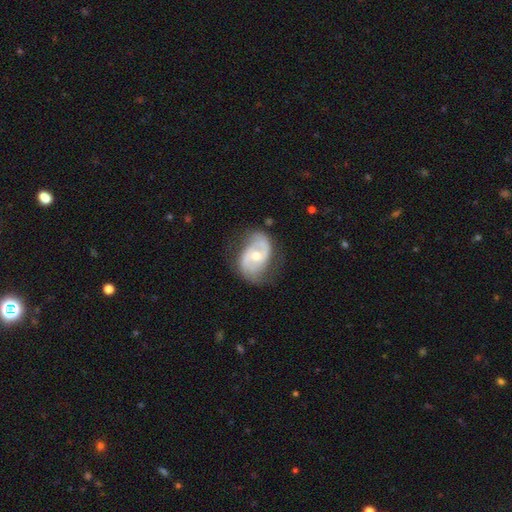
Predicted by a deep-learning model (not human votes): smooth_or_featured: featured or disk (p=0.77) [alt: smooth p=0.17]
disk_edge_on: no (p=0.97) [alt: yes p=0.03]
bar: no (p=0.48) [alt: weak p=0.41]
has_spiral_arms: yes (p=0.87) [alt: no p=0.13]
spiral_winding: medium (p=0.46) [alt: tight p=0.28]
spiral_arm_count: 2 (p=0.81) [alt: can't tell p=0.11]
bulge_size: moderate (p=0.64) [alt: small p=0.31]
merging: none (p=0.65) [alt: minor disturbance p=0.23]